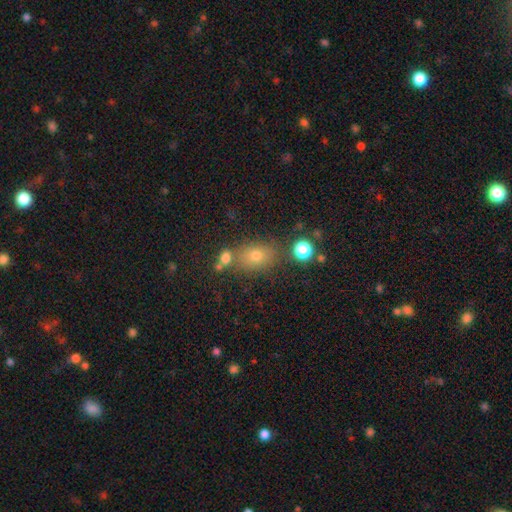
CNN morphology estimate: Smooth or featured? Predicted: smooth (p=0.69). How rounded? Predicted: in between (p=0.65). Merging? Predicted: none (p=0.69).